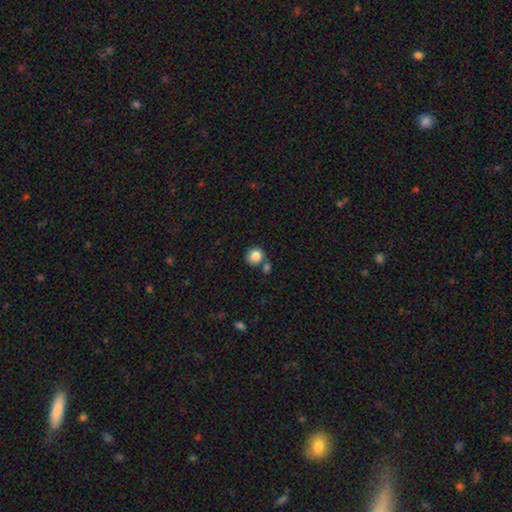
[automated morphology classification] smooth 85%, star or artifact 9%, featured or disk 6%. Down the decision tree: how rounded — round (82%); merging — none (63%).